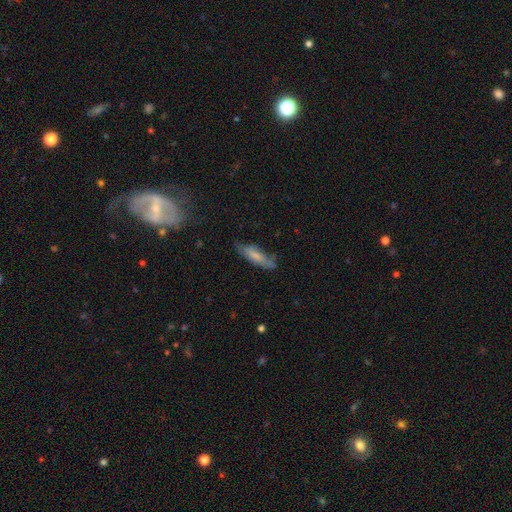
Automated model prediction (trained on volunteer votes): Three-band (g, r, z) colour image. It shows a smooth galaxy with no disk features (62%) that is cigar-shaped (61%). Merging: none (61%).